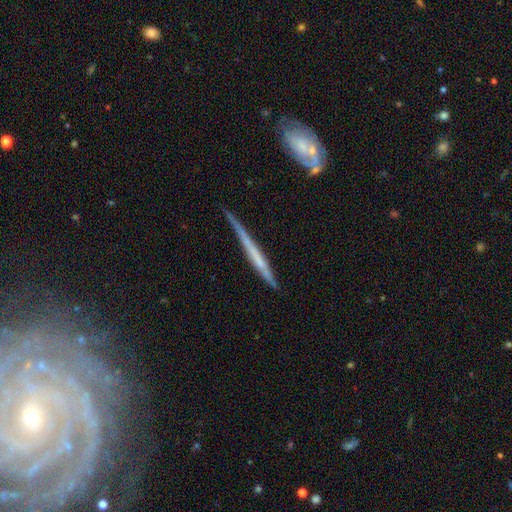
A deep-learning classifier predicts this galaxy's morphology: Q: Smooth or featured?
A: featured or disk (59%); runner-up: smooth (35%)
Q: Edge-on disk?
A: yes (92%); runner-up: no (8%)
Q: Edge-on bulge?
A: none (81%); runner-up: rounded (12%)
Q: Merging?
A: none (65%); runner-up: minor disturbance (25%)